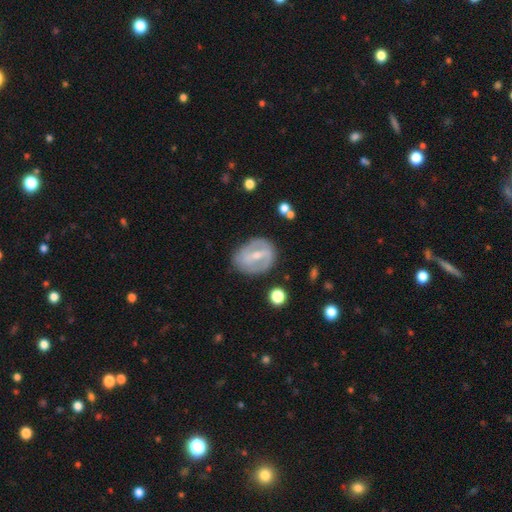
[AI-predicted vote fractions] smooth_or_featured: featured or disk (p=0.70) [alt: smooth p=0.24]
disk_edge_on: no (p=0.93) [alt: yes p=0.07]
bar: strong (p=0.53) [alt: weak p=0.34]
has_spiral_arms: no (p=0.50) [tied with: yes p=0.50]
bulge_size: small (p=0.53) [alt: moderate p=0.42]
merging: none (p=0.76) [alt: minor disturbance p=0.16]